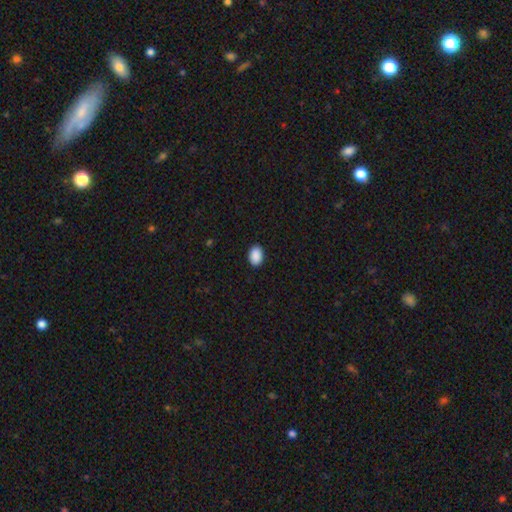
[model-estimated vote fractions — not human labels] Overall: smooth (91%). How rounded: in between (83%). Merging: none (91%).